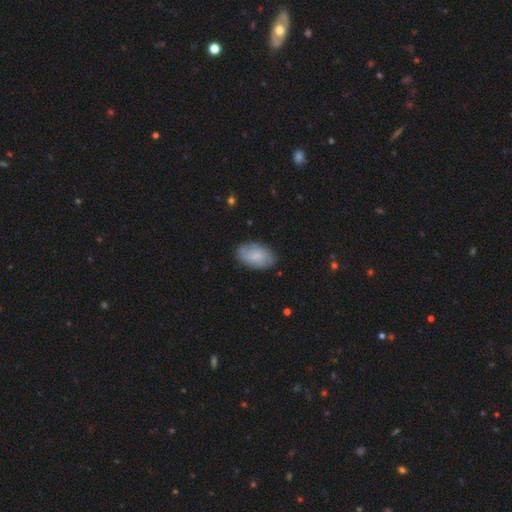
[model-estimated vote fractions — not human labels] This is likely a smooth galaxy (77%). How rounded: clearly in between (94%). Merging: clearly none (81%).